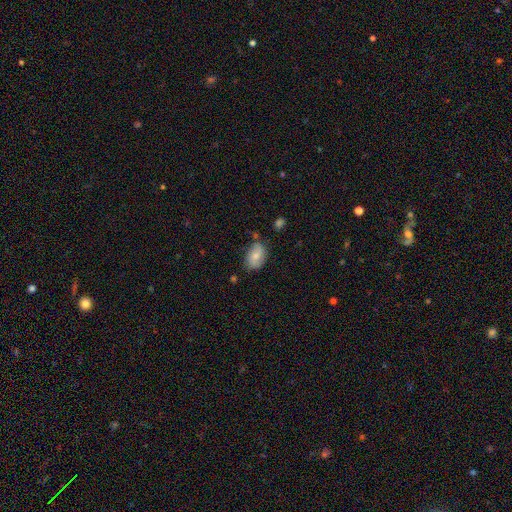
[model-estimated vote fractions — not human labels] Overall: smooth (64%; featured or disk 28%). How rounded: in between (87%). Merging: none (68%).